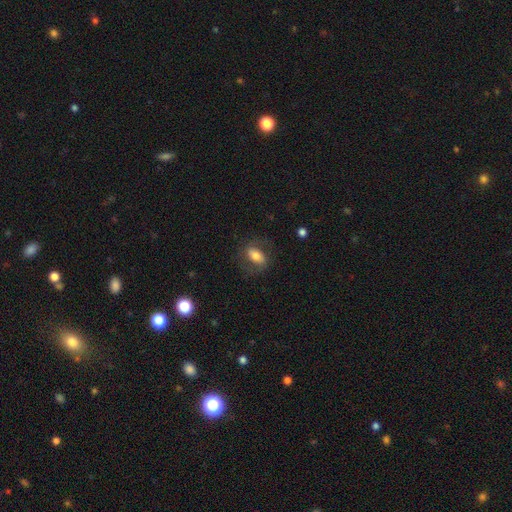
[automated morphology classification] Q: Smooth or featured?
A: smooth (57%); runner-up: featured or disk (35%)
Q: How rounded?
A: in between (84%); runner-up: round (12%)
Q: Merging?
A: none (69%); runner-up: minor disturbance (17%)